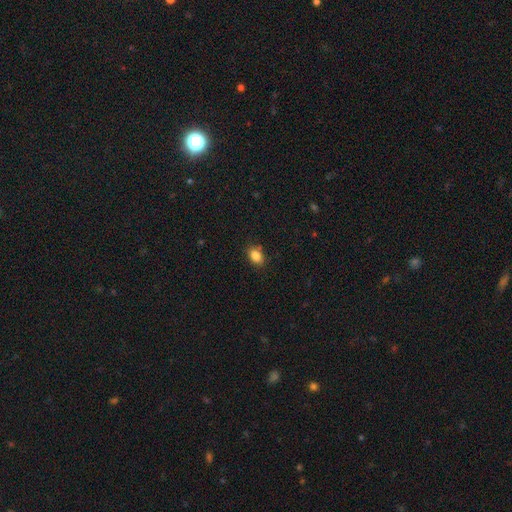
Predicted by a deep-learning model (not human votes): A smooth galaxy with no disk features (84%) that is in between round and cigar-shaped (76%). Merging: none (81%).